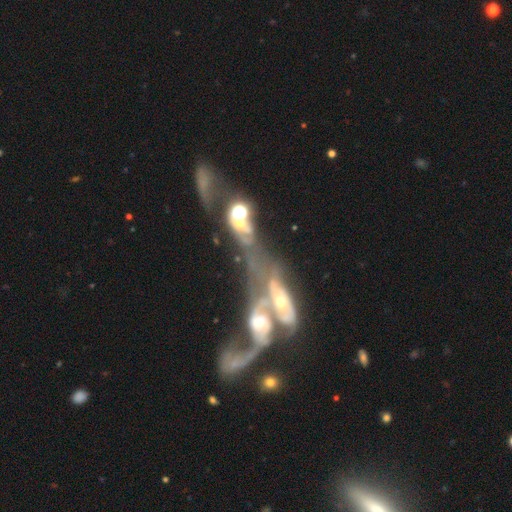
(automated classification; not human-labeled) The model was most divided on "smooth or featured": featured or disk: 63%, star or artifact: 22%, smooth: 15%. More confident: edge-on disk — no (76%); merging — merger (70%).